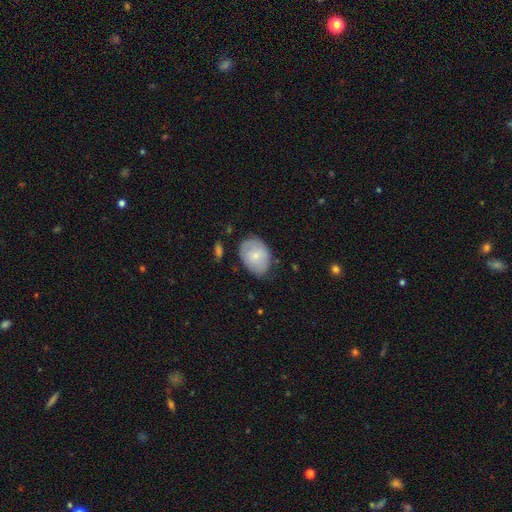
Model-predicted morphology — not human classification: A smooth galaxy with no disk features (69%) that is in between round and cigar-shaped (70%).

Vote fractions:
- Smooth or featured? smooth: 69% / featured or disk: 25% / star or artifact: 6%
- How rounded? in between: 70% / round: 29% / cigar-shaped: 1%
- Merging? none: 65% / minor disturbance: 26% / major disturbance: 6% / merger: 2%